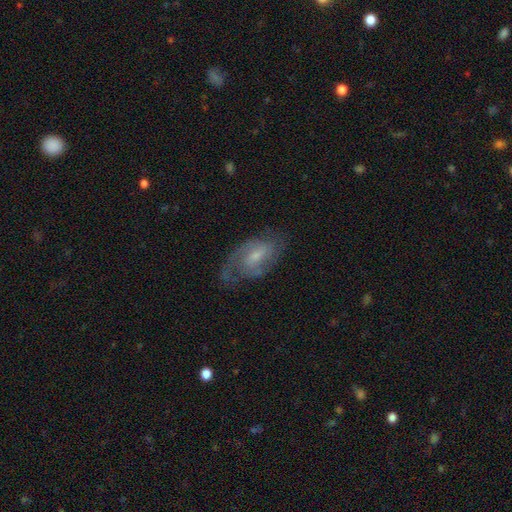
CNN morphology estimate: Smooth or featured?
  - featured or disk: 72% *
  - smooth: 21%
  - star or artifact: 7%
Edge-on disk?
  - no: 95% *
  - yes: 5%
Bar?
  - weak: 51% *
  - no: 38%
  - strong: 10%
Spiral arms?
  - yes: 89% *
  - no: 11%
Spiral winding?
  - medium: 46% *
  - tight: 33%
  - loose: 21%
Spiral arm count?
  - 2: 58% *
  - can't tell: 20%
  - 1: 12%
  - 3: 6%
  - 4: 2%
  - more than 4: 2%
Bulge size?
  - small: 54% *
  - moderate: 35%
  - none: 8%
  - large: 3%
  - dominant: 1%
Merging?
  - none: 60% *
  - minor disturbance: 23%
  - major disturbance: 15%
  - merger: 2%